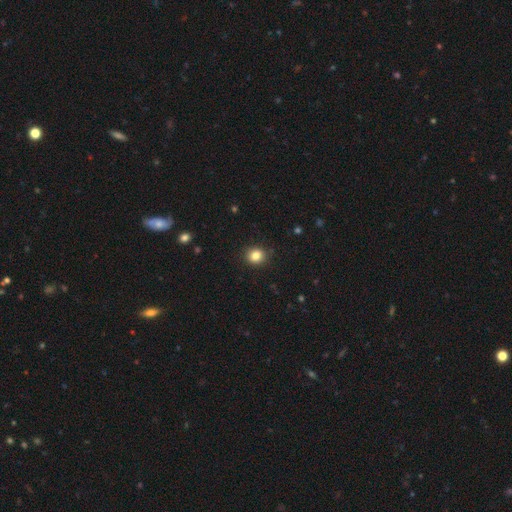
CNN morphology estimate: A smooth galaxy with no disk features (83%) that is round (81%). Merging: none (90%).